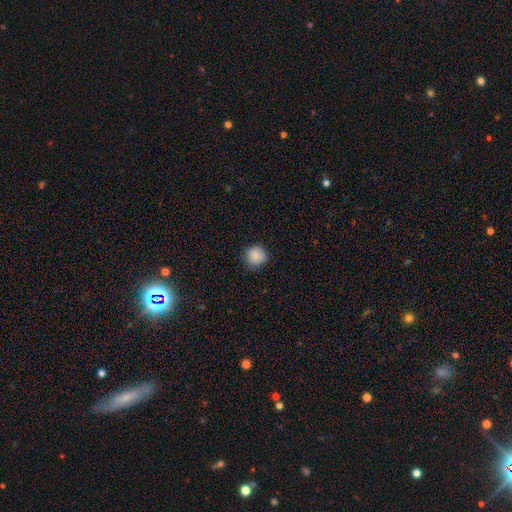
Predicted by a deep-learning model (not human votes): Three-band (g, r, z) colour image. It shows a smooth galaxy with no disk features (87%) that is round (91%). Merging: none (83%).